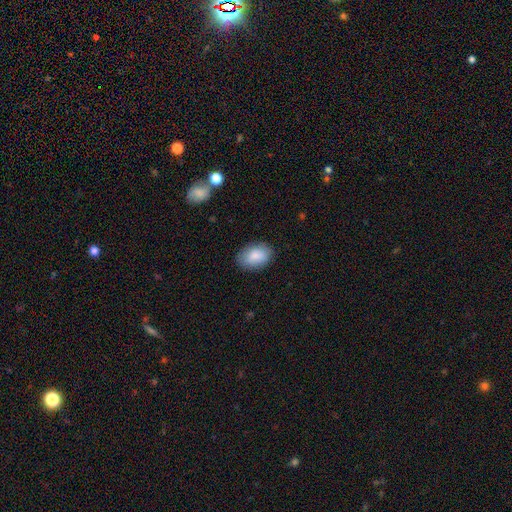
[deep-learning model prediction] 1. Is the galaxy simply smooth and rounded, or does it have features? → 86% smooth, 8% featured or disk, 6% star or artifact.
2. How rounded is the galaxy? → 87% in between, 12% round, 1% cigar-shaped.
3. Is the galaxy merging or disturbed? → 83% none, 13% minor disturbance, 3% major disturbance, 1% merger.